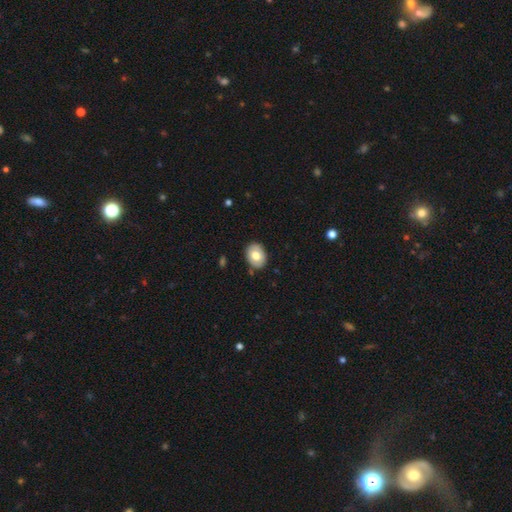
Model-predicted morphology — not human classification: Overall: smooth (69%). How rounded: in between (66%; round 34%). Merging: none (85%).